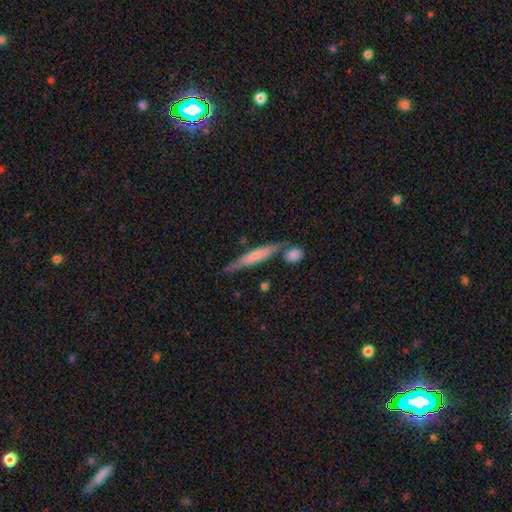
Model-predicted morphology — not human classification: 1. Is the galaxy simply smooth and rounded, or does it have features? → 52% smooth, 42% featured or disk, 6% star or artifact.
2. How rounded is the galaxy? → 91% cigar-shaped, 7% in between, 2% round.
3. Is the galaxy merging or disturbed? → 71% none, 13% minor disturbance, 12% merger, 3% major disturbance.